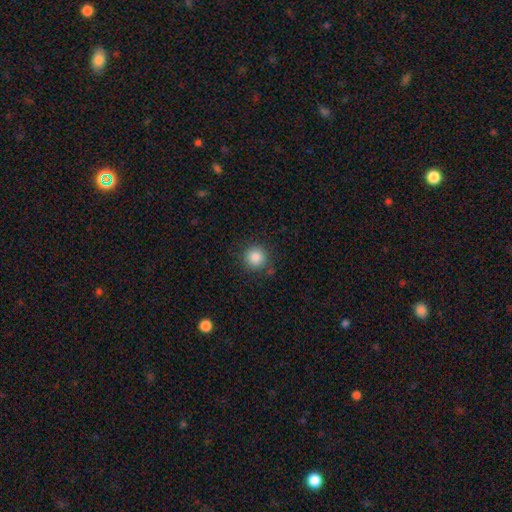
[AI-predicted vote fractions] smooth-or-featured: smooth: 86% | star or artifact: 10% | featured or disk: 4%
  how-rounded: round: 94% | in between: 5% | cigar-shaped: 1%
  merging: none: 86% | minor disturbance: 9% | major disturbance: 3% | merger: 2%